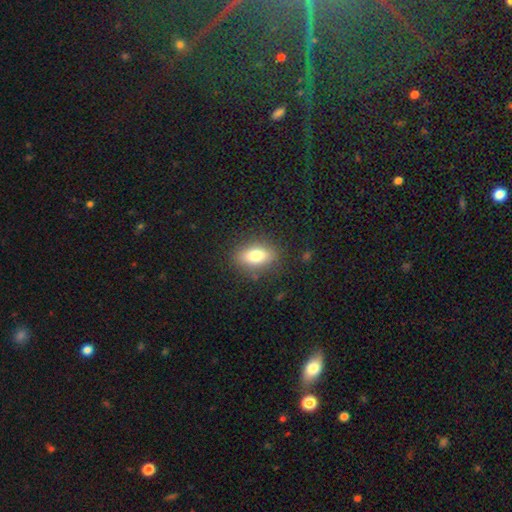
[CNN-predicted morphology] smooth 75%, featured or disk 16%, star or artifact 9%. Down the decision tree: how rounded — in between (81%); merging — none (84%).